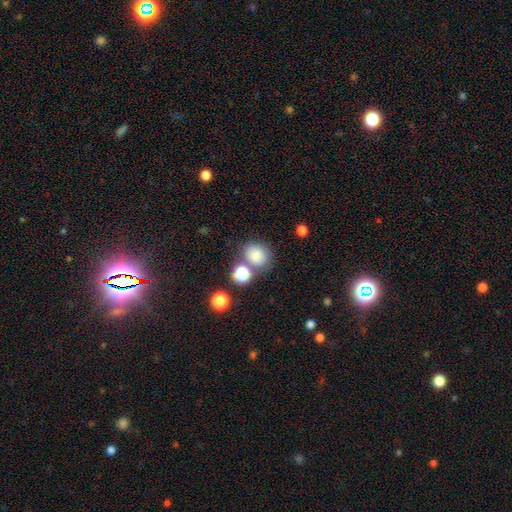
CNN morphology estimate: A smooth galaxy with no disk features (80%) that is round (70%). Merging: none (65%).